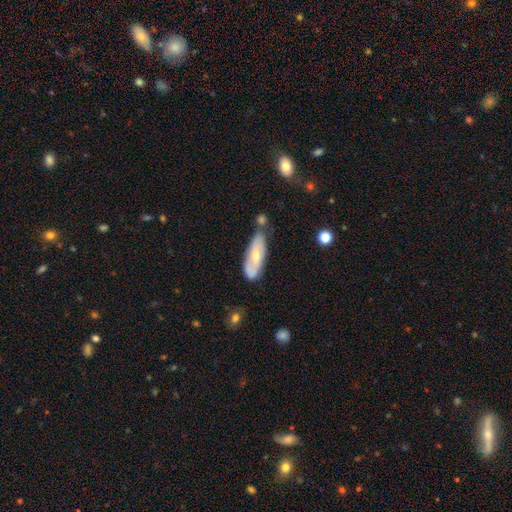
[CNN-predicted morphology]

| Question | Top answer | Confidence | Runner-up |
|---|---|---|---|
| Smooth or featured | featured or disk | 49% | smooth (45%) |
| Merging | none | 52% | minor disturbance (26%) |